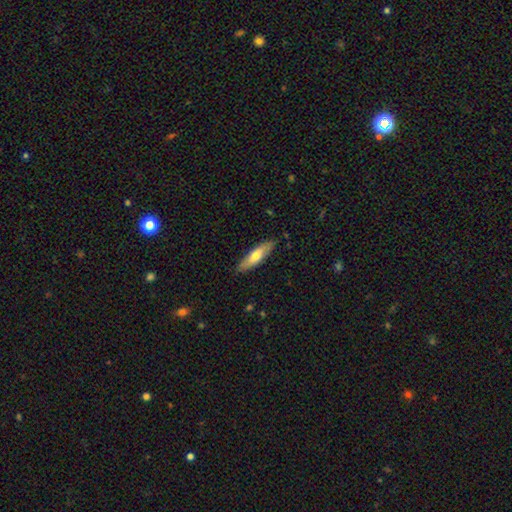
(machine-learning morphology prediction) smooth-or-featured: smooth: 60% | featured or disk: 35% | star or artifact: 6%
  how-rounded: cigar-shaped: 64% | in between: 34% | round: 2%
  merging: none: 86% | minor disturbance: 11% | major disturbance: 2% | merger: 1%